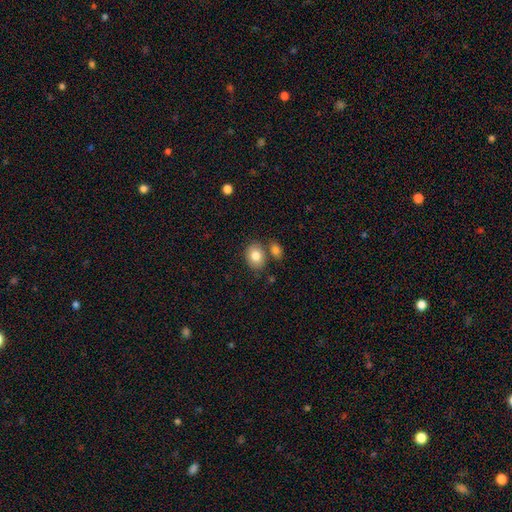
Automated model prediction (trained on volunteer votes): Overall: smooth (82%). How rounded: in between (62%; round 37%). Merging: none (66%).